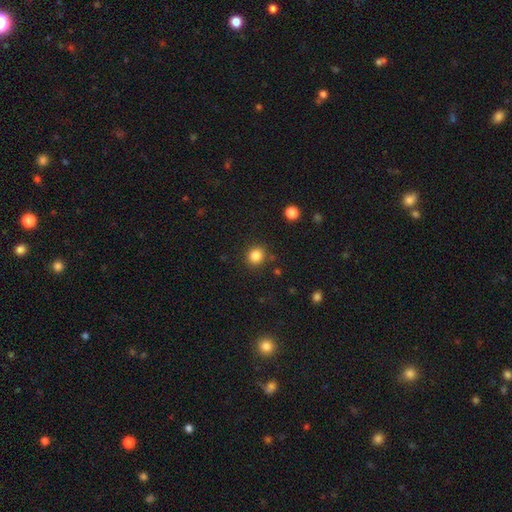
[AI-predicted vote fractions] Smooth or featured? smooth (85%)
How rounded? round (84%)
Merging? none (86%)